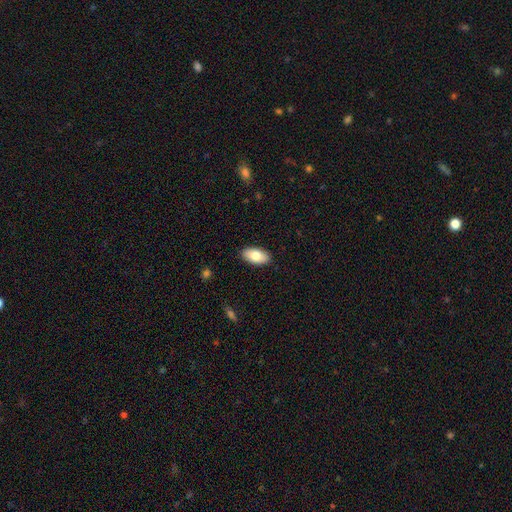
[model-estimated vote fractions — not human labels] Smooth or featured? smooth (80%)
How rounded? in between (94%)
Merging? none (89%)